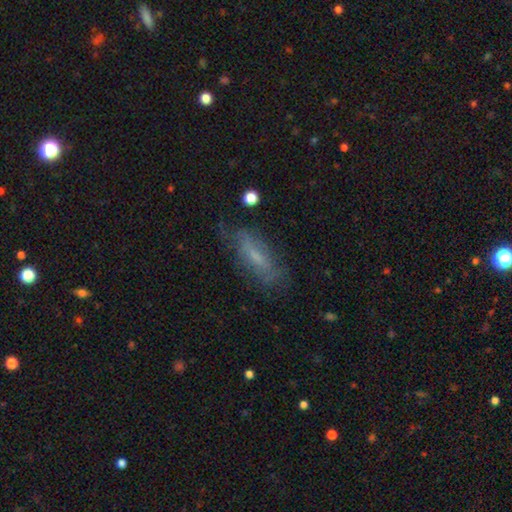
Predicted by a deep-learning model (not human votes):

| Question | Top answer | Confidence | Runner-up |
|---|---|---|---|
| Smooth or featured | smooth | 47% | featured or disk (43%) |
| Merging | none | 67% | minor disturbance (22%) |